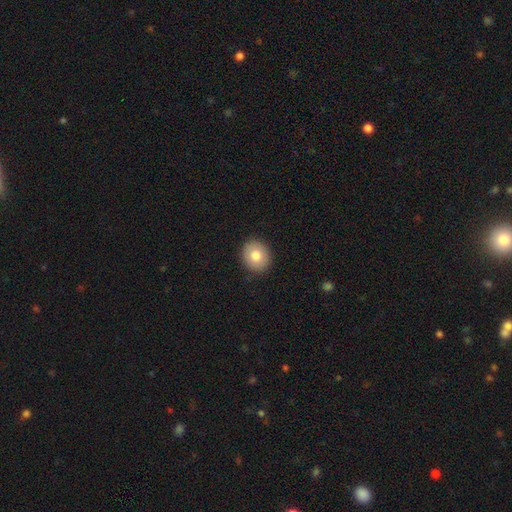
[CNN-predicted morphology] Q: Smooth or featured?
A: smooth (80%); runner-up: featured or disk (12%)
Q: How rounded?
A: round (74%); runner-up: in between (25%)
Q: Merging?
A: none (91%); runner-up: minor disturbance (7%)